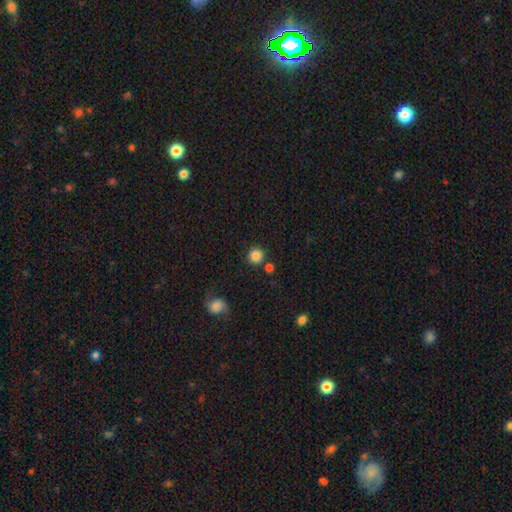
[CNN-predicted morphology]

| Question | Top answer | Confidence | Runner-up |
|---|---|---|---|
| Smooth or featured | smooth | 84% | star or artifact (11%) |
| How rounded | round | 93% | in between (6%) |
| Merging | none | 80% | merger (8%) |